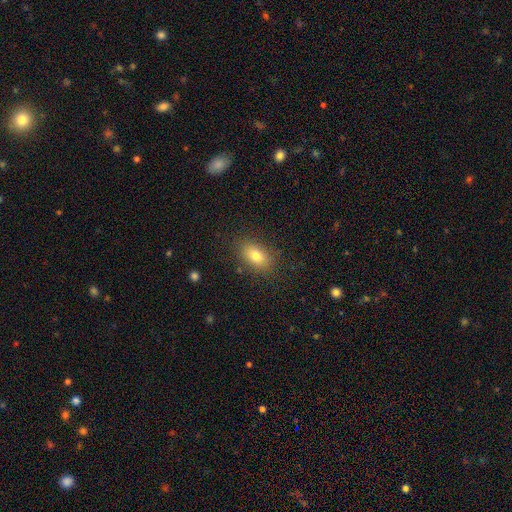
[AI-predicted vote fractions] A smooth galaxy with no disk features (79%) that is in between round and cigar-shaped (85%).

Vote fractions:
- Smooth or featured? smooth: 79% / featured or disk: 11% / star or artifact: 10%
- How rounded? in between: 85% / round: 12% / cigar-shaped: 3%
- Merging? none: 85% / minor disturbance: 10% / major disturbance: 3% / merger: 1%